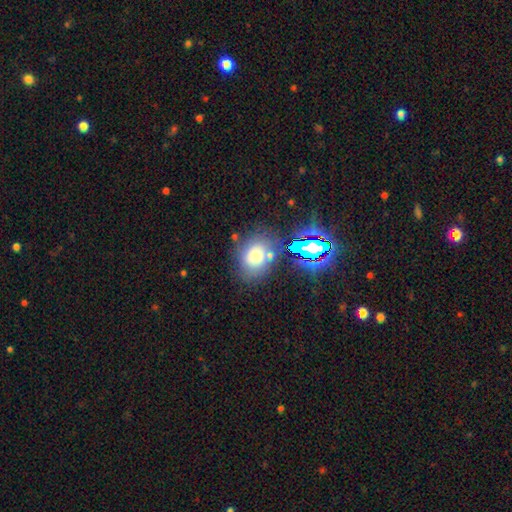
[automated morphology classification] smooth-or-featured: smooth: 65% | star or artifact: 20% | featured or disk: 15%
  how-rounded: in between: 50% | round: 49% | cigar-shaped: 1%
  merging: none: 63% | minor disturbance: 16% | merger: 14% | major disturbance: 7%